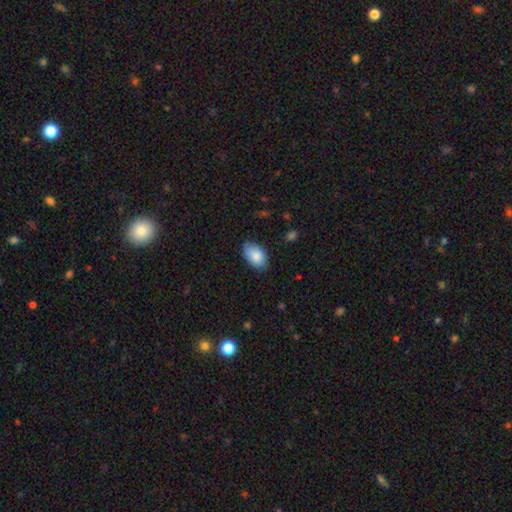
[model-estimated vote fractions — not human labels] smooth 87%, featured or disk 6%, star or artifact 6%. Down the decision tree: how rounded — in between (93%); merging — none (81%).